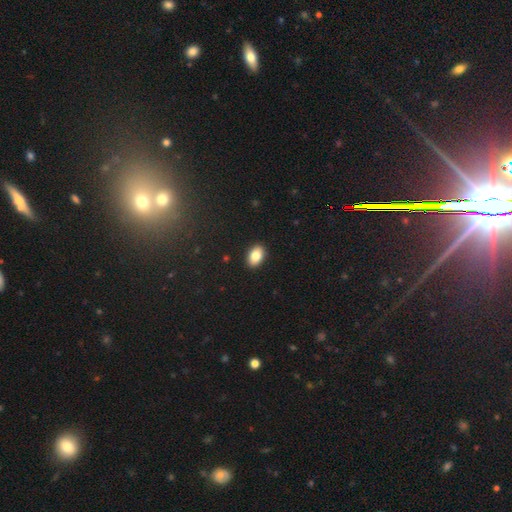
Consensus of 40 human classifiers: smooth 80%, star or artifact 12%, featured or disk 8%. Down the decision tree: how rounded — in between (91%); merging — none (86%).